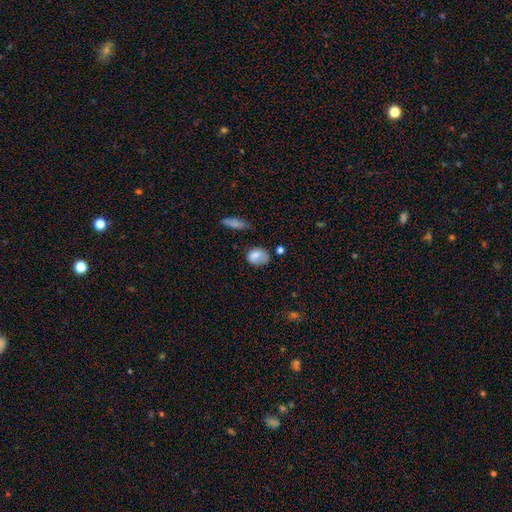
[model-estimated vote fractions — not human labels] Q: Smooth or featured?
A: smooth (79%); runner-up: featured or disk (12%)
Q: How rounded?
A: in between (62%); runner-up: round (36%)
Q: Merging?
A: none (51%); runner-up: minor disturbance (32%)